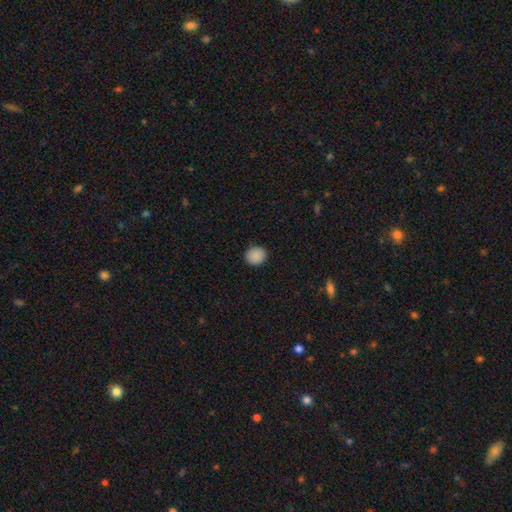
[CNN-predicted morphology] The model was most divided on "how rounded": round: 79%, in between: 20%, cigar-shaped: 1%. More confident: merging — none (89%); smooth or featured — smooth (89%).